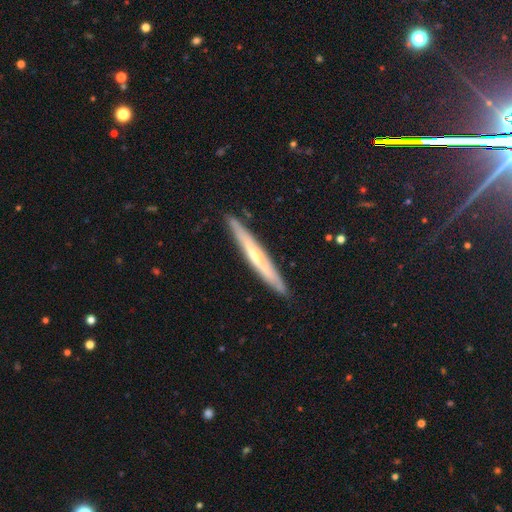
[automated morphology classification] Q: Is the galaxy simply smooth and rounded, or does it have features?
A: featured or disk — 64%.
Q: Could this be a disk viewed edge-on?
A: yes — 93%.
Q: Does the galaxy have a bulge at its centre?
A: rounded — 63%.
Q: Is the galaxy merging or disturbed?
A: none — 88%.